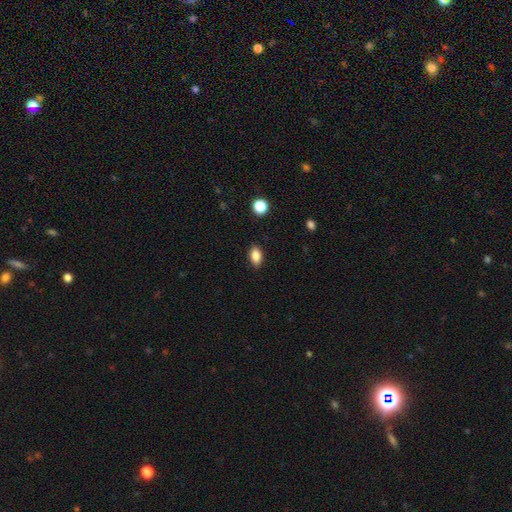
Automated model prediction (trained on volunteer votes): smooth_or_featured: smooth (p=0.86) [alt: star or artifact p=0.09]
how_rounded: in between (p=0.89) [alt: round p=0.08]
merging: none (p=0.88) [alt: minor disturbance p=0.09]